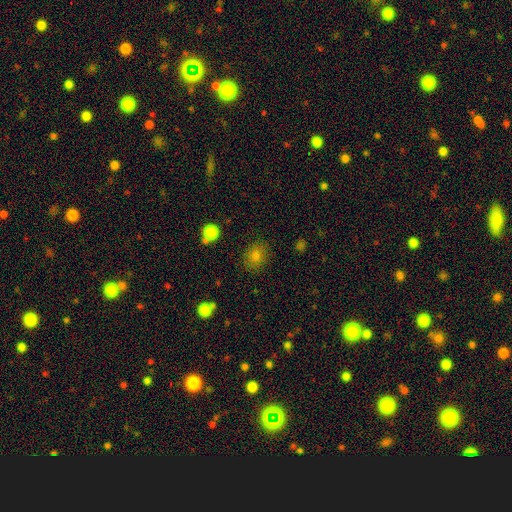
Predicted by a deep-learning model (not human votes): Q: Smooth or featured?
A: smooth (77%); runner-up: star or artifact (15%)
Q: How rounded?
A: round (60%); runner-up: in between (39%)
Q: Merging?
A: none (86%); runner-up: minor disturbance (10%)